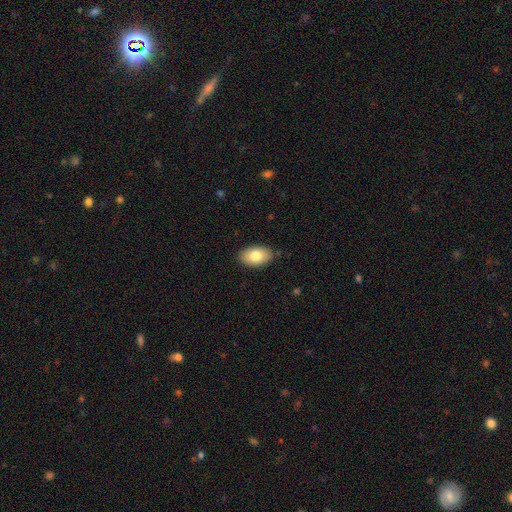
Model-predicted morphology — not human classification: This is clearly a smooth galaxy (81%). How rounded: clearly in between (92%). Merging: clearly none (86%).